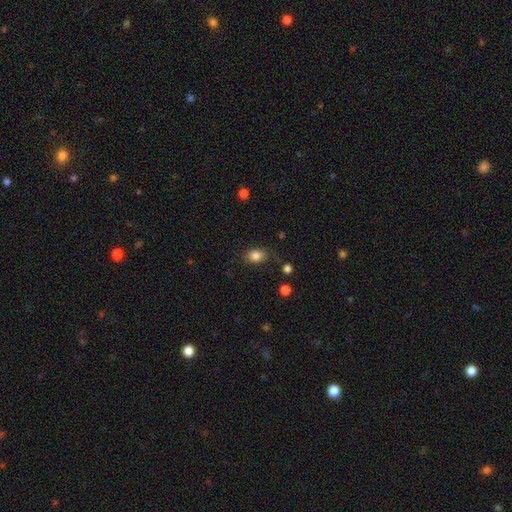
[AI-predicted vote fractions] Smooth or featured? smooth (84%)
How rounded? in between (64%)
Merging? none (73%)